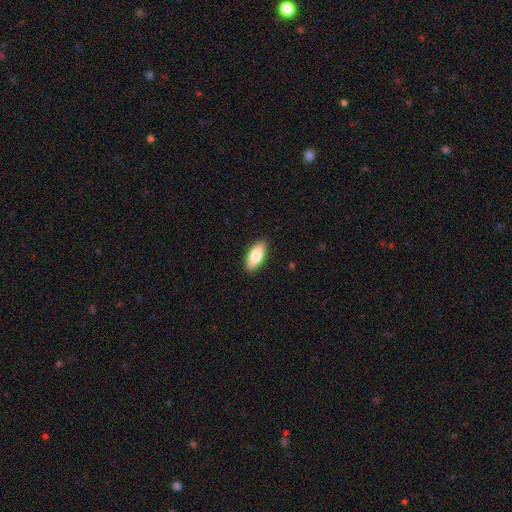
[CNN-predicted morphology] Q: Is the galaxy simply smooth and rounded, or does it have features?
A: smooth — 78%.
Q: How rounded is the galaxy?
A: in between — 88%.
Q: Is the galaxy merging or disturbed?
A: none — 90%.